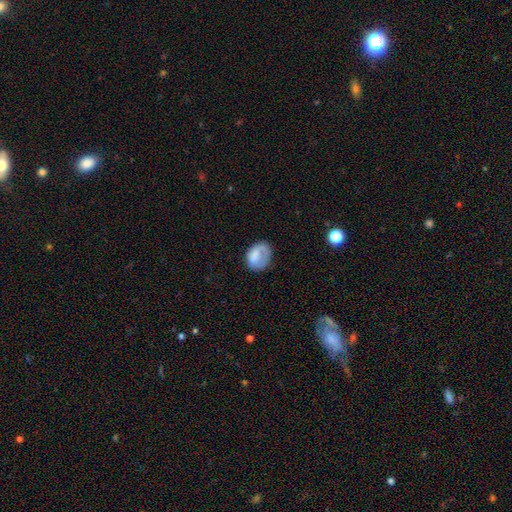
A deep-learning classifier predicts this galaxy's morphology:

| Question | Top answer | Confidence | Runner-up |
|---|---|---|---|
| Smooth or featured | smooth | 72% | featured or disk (20%) |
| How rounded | in between | 65% | round (34%) |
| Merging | none | 50% | minor disturbance (27%) |